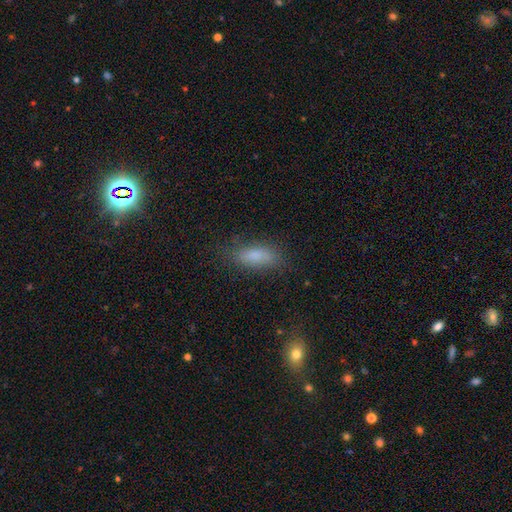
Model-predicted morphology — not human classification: Smooth or featured: smooth — 80% (featured or disk — 10%)
How rounded: in between — 70% (cigar-shaped — 27%)
Merging: none — 76% (minor disturbance — 16%)